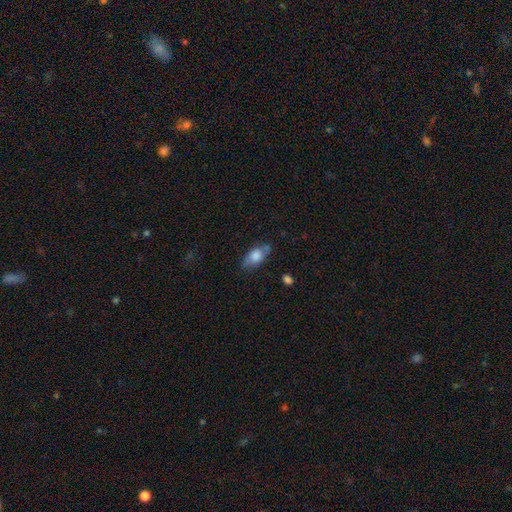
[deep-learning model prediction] Smooth or featured: smooth — 77% (featured or disk — 16%)
How rounded: in between — 86% (round — 8%)
Merging: none — 64% (minor disturbance — 25%)